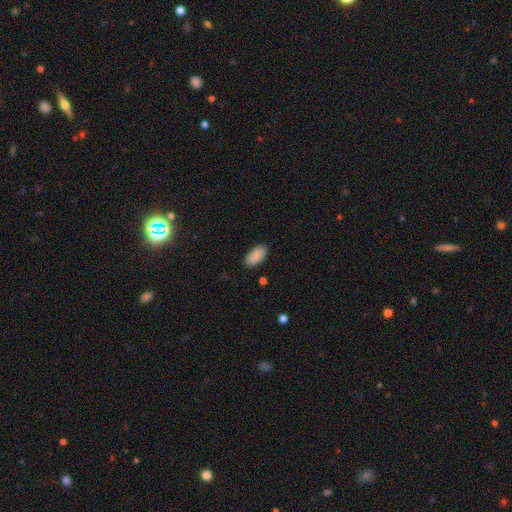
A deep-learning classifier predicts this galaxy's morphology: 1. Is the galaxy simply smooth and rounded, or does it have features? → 88% smooth, 6% star or artifact, 5% featured or disk.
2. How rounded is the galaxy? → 94% in between, 4% cigar-shaped, 2% round.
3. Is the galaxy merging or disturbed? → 86% none, 11% minor disturbance, 2% major disturbance, 1% merger.